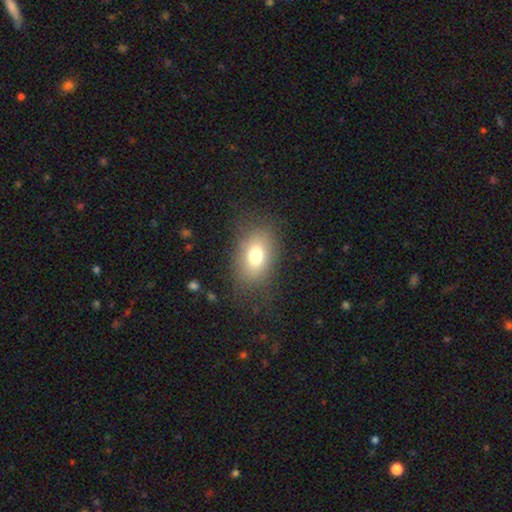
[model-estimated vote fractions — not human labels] Smooth or featured? smooth (73%)
How rounded? in between (79%)
Merging? none (77%)